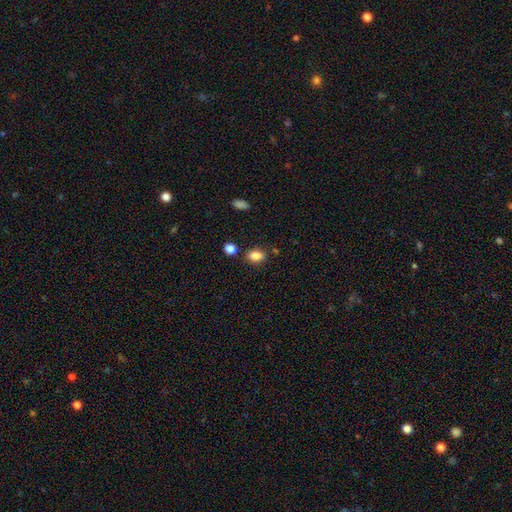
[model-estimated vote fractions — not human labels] This is clearly a smooth galaxy (86%). How rounded: clearly in between (81%). Merging: likely none (79%).